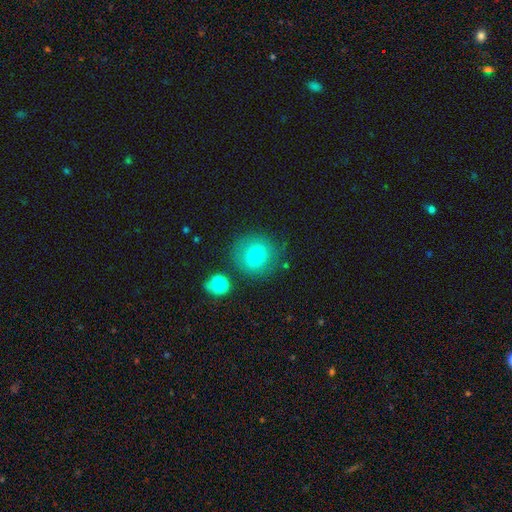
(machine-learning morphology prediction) type=smooth (74%); roundness=round (86%); merging=none (77%).